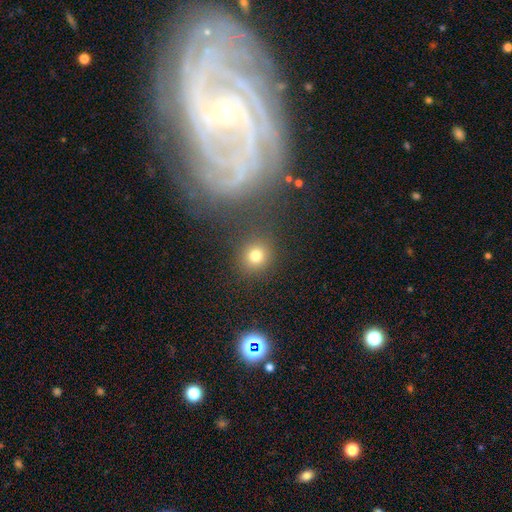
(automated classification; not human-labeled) smooth 75%, star or artifact 17%, featured or disk 8%. Down the decision tree: how rounded — round (85%); merging — none (81%).